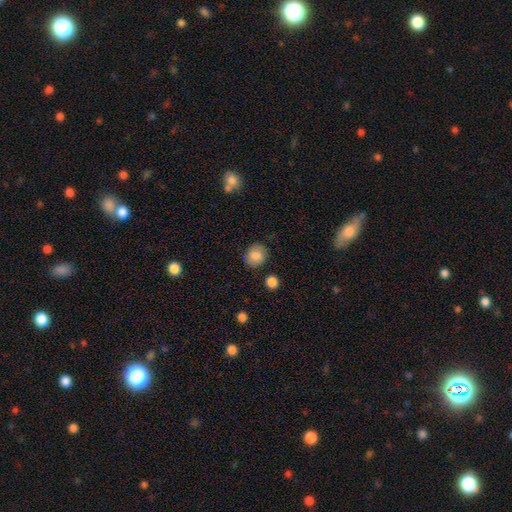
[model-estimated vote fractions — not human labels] Smooth or featured?
  - smooth: 86% *
  - star or artifact: 8%
  - featured or disk: 6%
How rounded?
  - round: 73% *
  - in between: 26%
  - cigar-shaped: 1%
Merging?
  - none: 82% *
  - minor disturbance: 12%
  - major disturbance: 3%
  - merger: 2%